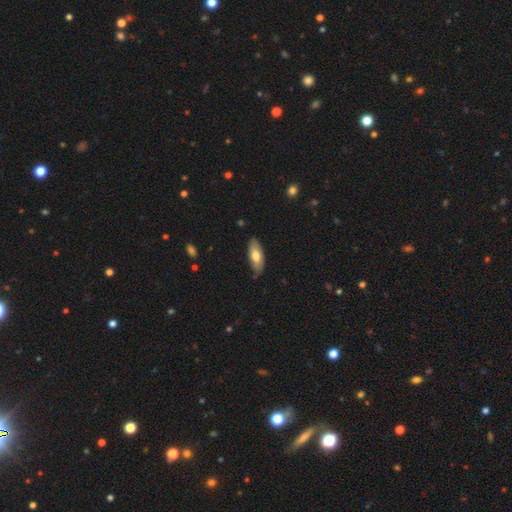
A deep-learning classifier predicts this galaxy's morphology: Overall: smooth (70%). How rounded: in between (80%). Merging: none (78%).